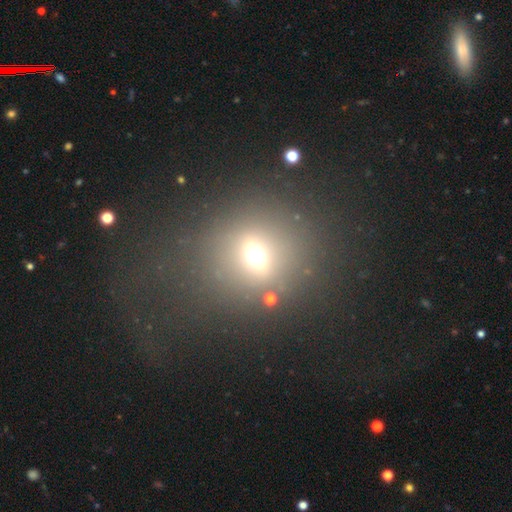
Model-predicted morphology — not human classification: Q: Smooth or featured?
A: smooth (59%); runner-up: star or artifact (24%)
Q: How rounded?
A: round (69%); runner-up: in between (29%)
Q: Merging?
A: none (75%); runner-up: minor disturbance (11%)